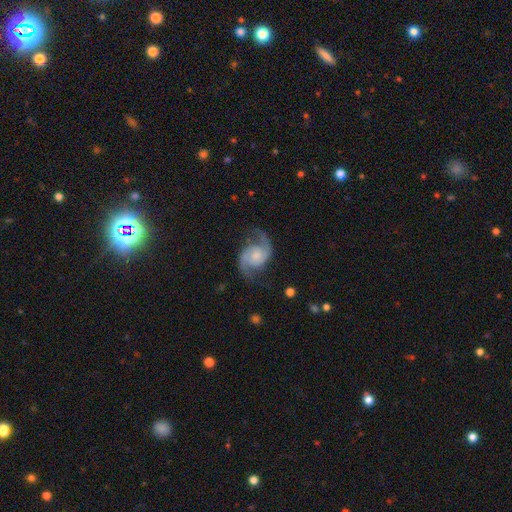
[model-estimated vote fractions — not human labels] Smooth or featured?
  - featured or disk: 90% *
  - smooth: 6%
  - star or artifact: 5%
Edge-on disk?
  - no: 98% *
  - yes: 2%
Bar?
  - no: 65% *
  - weak: 29%
  - strong: 6%
Spiral arms?
  - yes: 98% *
  - no: 2%
Spiral winding?
  - medium: 50% *
  - loose: 38%
  - tight: 12%
Spiral arm count?
  - 2: 94% *
  - can't tell: 2%
  - 1: 1%
  - 3: 1%
  - 4: 1%
  - more than 4: 1%
Bulge size?
  - small: 46% *
  - moderate: 34%
  - none: 12%
  - large: 7%
  - dominant: 2%
Merging?
  - none: 76% *
  - minor disturbance: 15%
  - major disturbance: 8%
  - merger: 2%